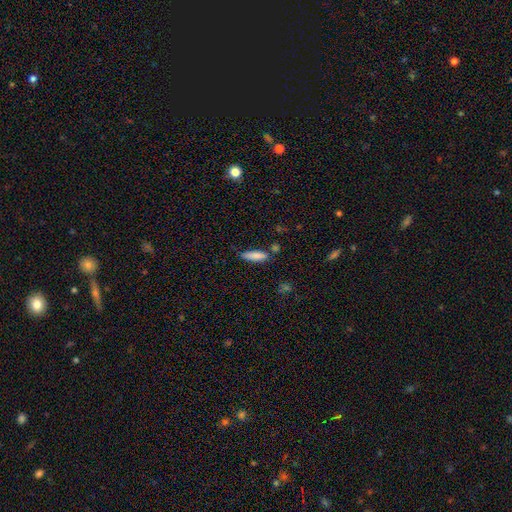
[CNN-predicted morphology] Q: Smooth or featured?
A: smooth (83%); runner-up: featured or disk (9%)
Q: How rounded?
A: cigar-shaped (60%); runner-up: in between (38%)
Q: Merging?
A: none (68%); runner-up: minor disturbance (21%)